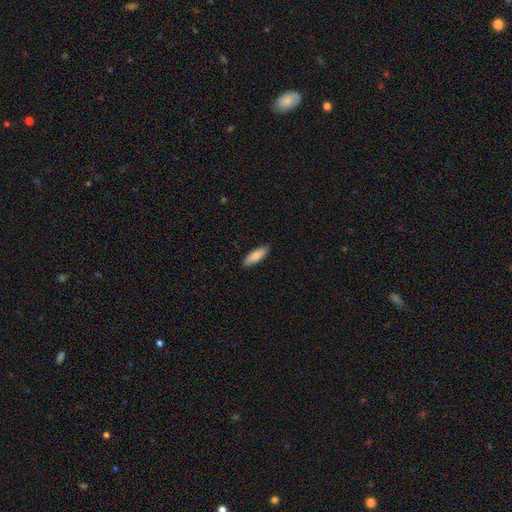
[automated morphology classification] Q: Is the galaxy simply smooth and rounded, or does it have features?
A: smooth — 85%.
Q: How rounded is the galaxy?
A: in between — 58%.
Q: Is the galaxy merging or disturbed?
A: none — 87%.